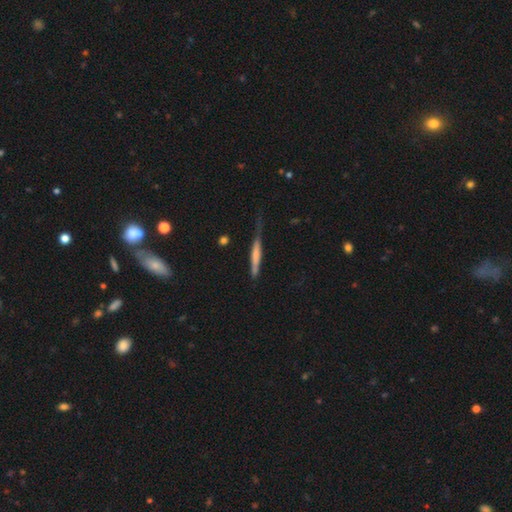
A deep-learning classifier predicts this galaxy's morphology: Smooth or featured: smooth — 53% (featured or disk — 41%)
How rounded: cigar-shaped — 94% (in between — 5%)
Merging: none — 53% (minor disturbance — 31%)